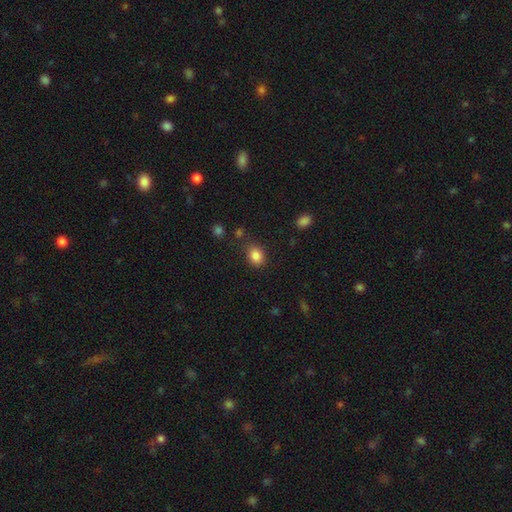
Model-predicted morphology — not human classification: A smooth galaxy with no disk features (85%) that is in between round and cigar-shaped (51%).

Vote fractions:
- Smooth or featured? smooth: 85% / star or artifact: 10% / featured or disk: 5%
- How rounded? in between: 51% / round: 48% / cigar-shaped: 1%
- Merging? none: 79% / minor disturbance: 14% / major disturbance: 4% / merger: 3%